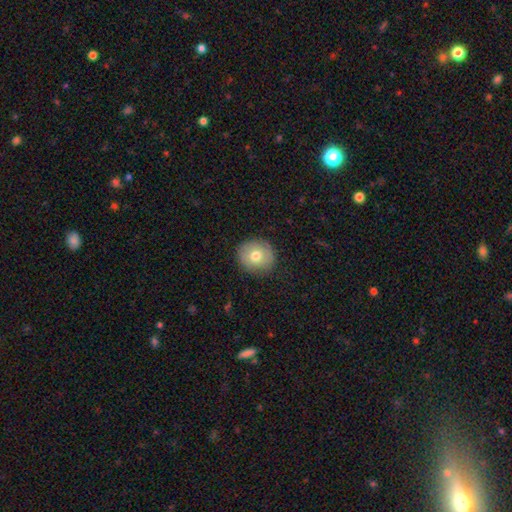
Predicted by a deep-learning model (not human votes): Morphology: type=smooth (73%); roundness=round (88%); merging=none (87%).